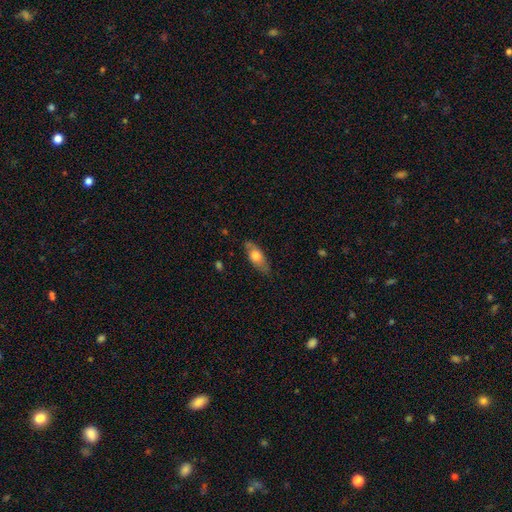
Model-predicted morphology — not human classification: This appears to be a smooth galaxy with no disk features (63%) that is in between round and cigar-shaped (74%). Merging: none (75%).